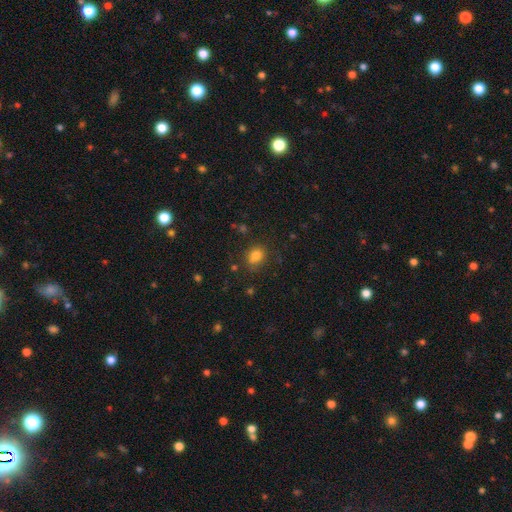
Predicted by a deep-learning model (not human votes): The model was most divided on "how rounded": round: 51%, in between: 48%, cigar-shaped: 1%. More confident: smooth or featured — smooth (80%); merging — none (74%).